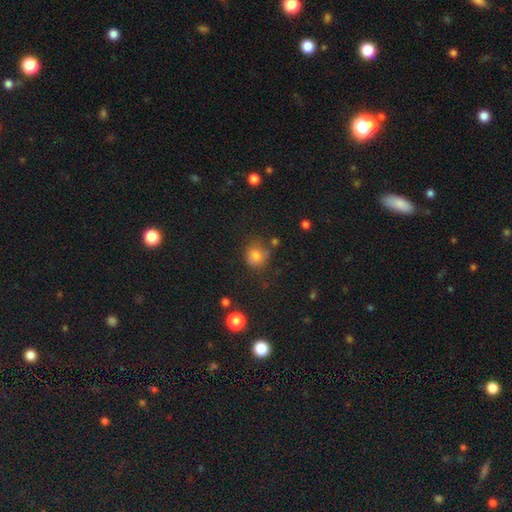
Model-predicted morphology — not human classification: A smooth galaxy with no disk features (77%) that is round (79%).

Vote fractions:
- Smooth or featured? smooth: 77% / star or artifact: 14% / featured or disk: 10%
- How rounded? round: 79% / in between: 20% / cigar-shaped: 1%
- Merging? none: 62% / minor disturbance: 23% / major disturbance: 10% / merger: 6%